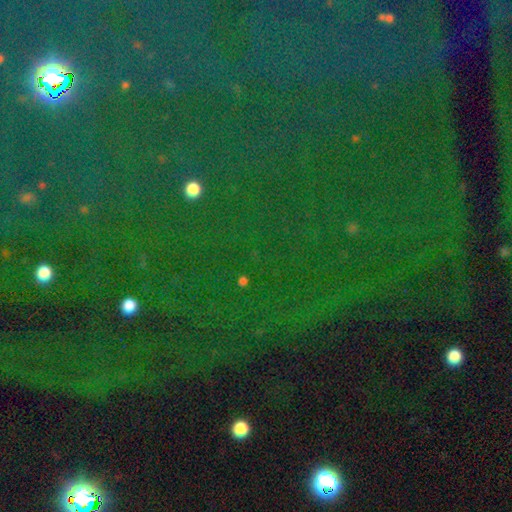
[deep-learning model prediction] Morphology: type=star or artifact (82%).